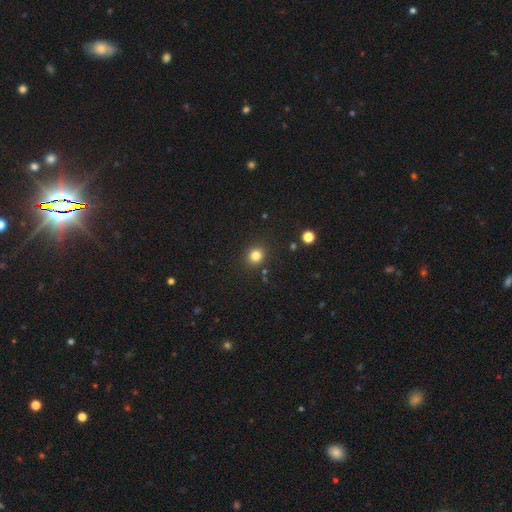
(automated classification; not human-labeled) smooth_or_featured: smooth (p=0.81) [alt: star or artifact p=0.14]
how_rounded: round (p=0.82) [alt: in between p=0.17]
merging: none (p=0.89) [alt: minor disturbance p=0.07]